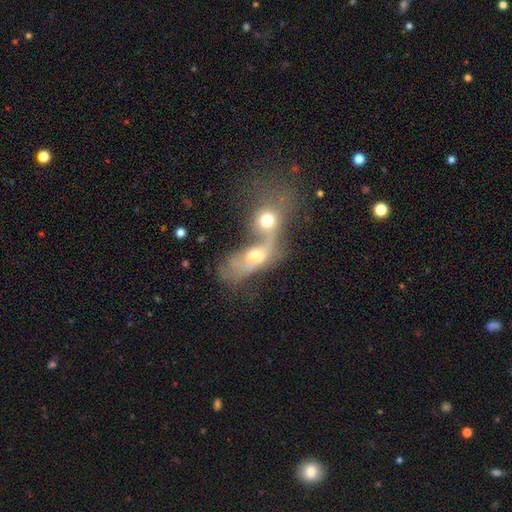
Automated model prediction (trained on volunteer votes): The model was most divided on "smooth or featured": smooth: 45%, featured or disk: 44%, star or artifact: 12%. More confident: merging — merger (77%).